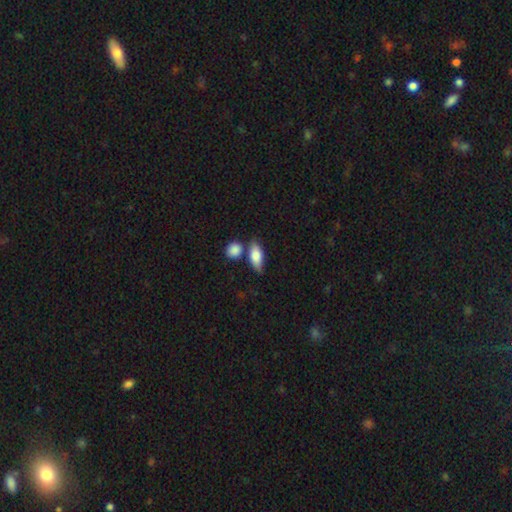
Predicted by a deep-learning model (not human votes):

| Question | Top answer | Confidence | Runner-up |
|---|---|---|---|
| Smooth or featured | smooth | 78% | featured or disk (16%) |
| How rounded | in between | 80% | cigar-shaped (15%) |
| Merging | none | 66% | merger (16%) |